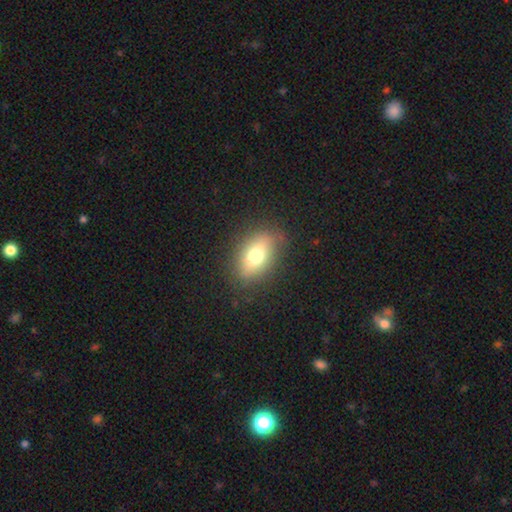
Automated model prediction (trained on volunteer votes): smooth-or-featured: smooth: 69% | featured or disk: 20% | star or artifact: 11%
  how-rounded: in between: 80% | round: 16% | cigar-shaped: 4%
  merging: none: 82% | minor disturbance: 13% | major disturbance: 4% | merger: 1%